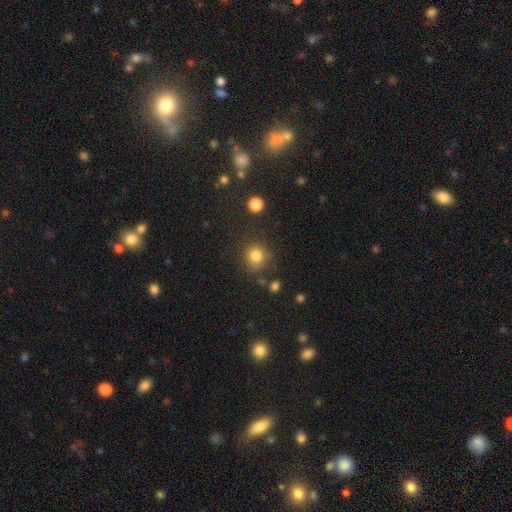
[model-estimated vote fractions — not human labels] Morphology: type=smooth (82%); roundness=round (85%); merging=none (71%).